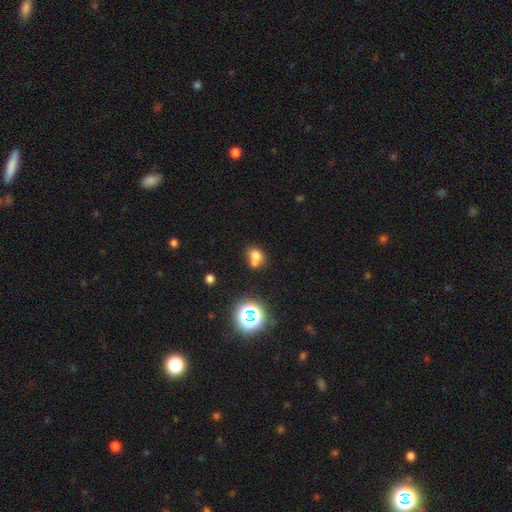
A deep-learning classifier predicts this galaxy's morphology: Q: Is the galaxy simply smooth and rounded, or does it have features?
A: smooth — 67%.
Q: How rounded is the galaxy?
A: round — 57%.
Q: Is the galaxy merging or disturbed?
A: merger — 50%.